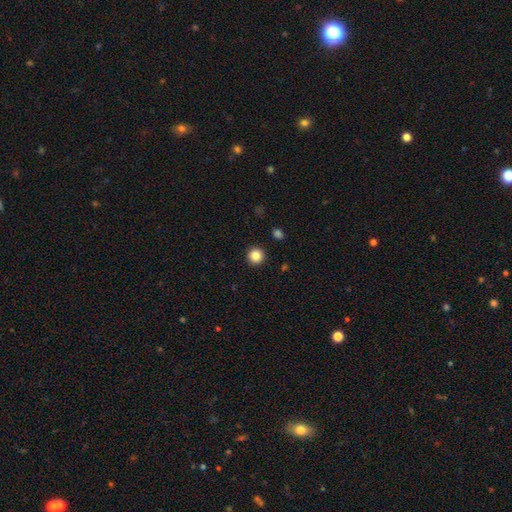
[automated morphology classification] This is clearly a smooth galaxy (86%). How rounded: clearly round (96%). Merging: clearly none (93%).